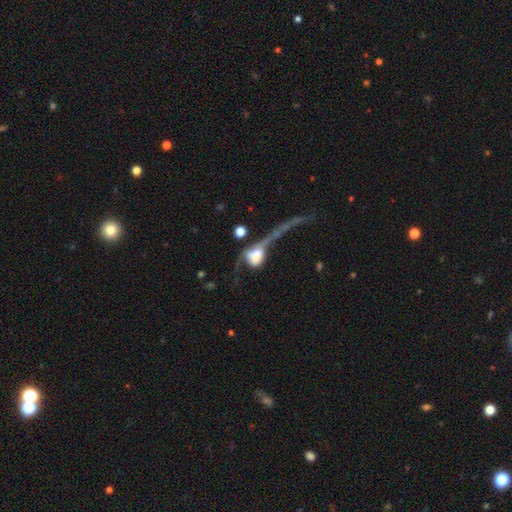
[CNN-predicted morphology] A featured or disk galaxy (46%).

Vote fractions:
- Smooth or featured? featured or disk: 46% / smooth: 44% / star or artifact: 10%
- Merging? major disturbance: 50% / merger: 24% / none: 15% / minor disturbance: 11%